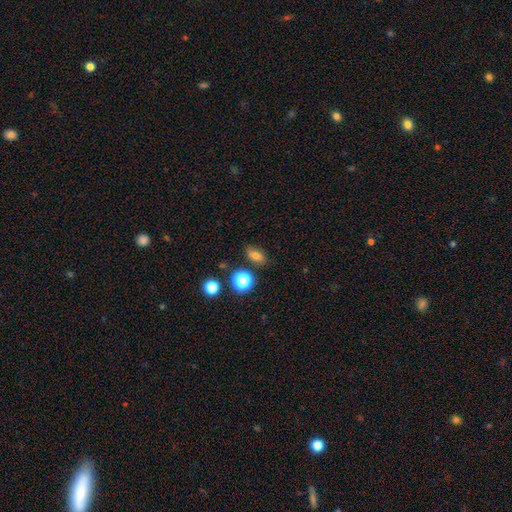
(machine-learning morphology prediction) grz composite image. It shows a smooth galaxy with no disk features (68%) that is in between round and cigar-shaped (75%). Merging: none (79%).